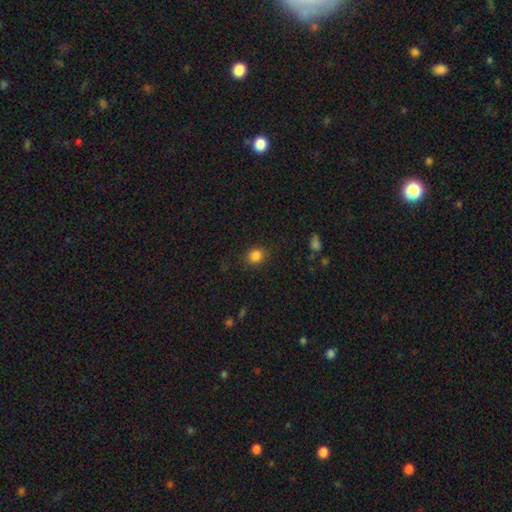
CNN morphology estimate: type=smooth (85%); roundness=round (76%); merging=none (85%).